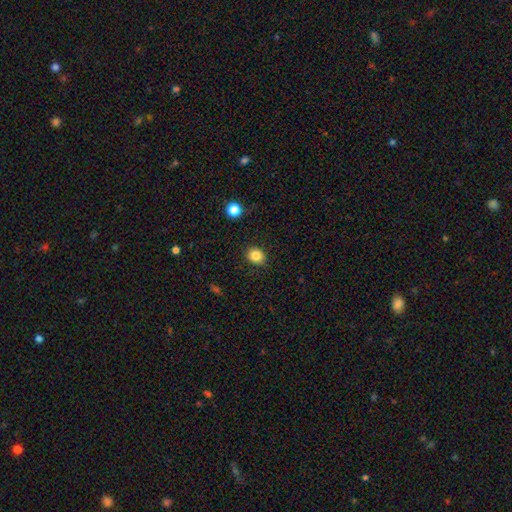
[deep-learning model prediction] Smooth or featured: smooth — 83% (star or artifact — 11%)
How rounded: round — 69% (in between — 30%)
Merging: none — 87% (minor disturbance — 10%)